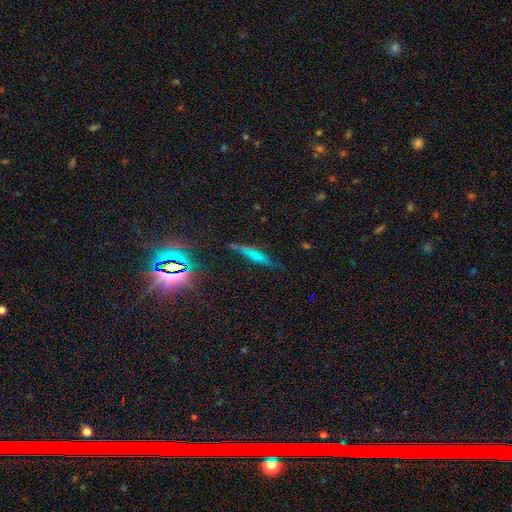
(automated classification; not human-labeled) Smooth or featured: smooth — 43% (featured or disk — 38%)
Merging: none — 71% (minor disturbance — 19%)